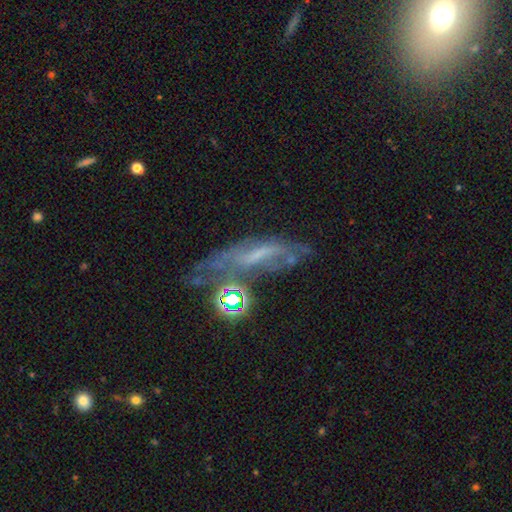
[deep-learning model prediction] smooth-or-featured: featured or disk: 59% | smooth: 24% | star or artifact: 17%
  disk-edge-on: no: 67% | yes: 33%
  merging: none: 39% | major disturbance: 29% | minor disturbance: 22% | merger: 11%